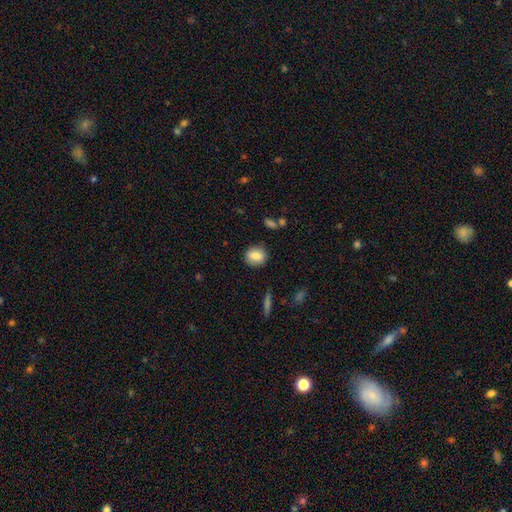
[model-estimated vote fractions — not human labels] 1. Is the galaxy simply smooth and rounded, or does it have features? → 80% smooth, 12% featured or disk, 8% star or artifact.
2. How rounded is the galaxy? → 59% round, 39% in between, 2% cigar-shaped.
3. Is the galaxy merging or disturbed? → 85% none, 10% minor disturbance, 3% major disturbance, 2% merger.